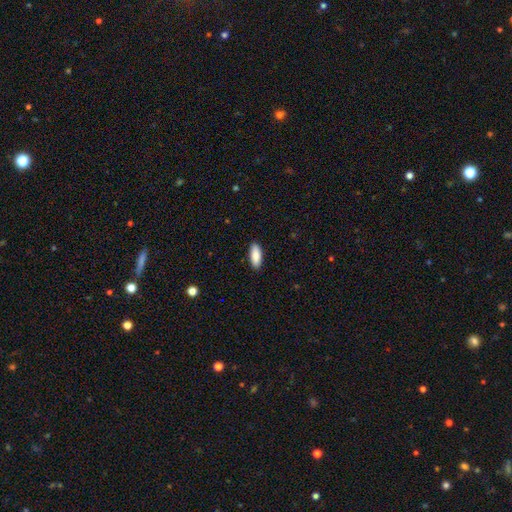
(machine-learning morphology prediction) Smooth or featured? Predicted: smooth (p=0.87). How rounded? Predicted: in between (p=0.75). Merging? Predicted: none (p=0.89).